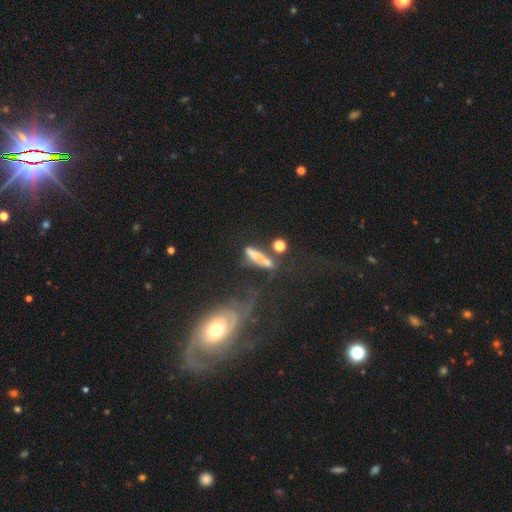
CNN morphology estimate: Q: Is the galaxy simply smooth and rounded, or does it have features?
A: smooth — 61%.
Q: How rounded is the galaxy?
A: cigar-shaped — 72%.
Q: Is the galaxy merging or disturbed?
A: none — 40%.